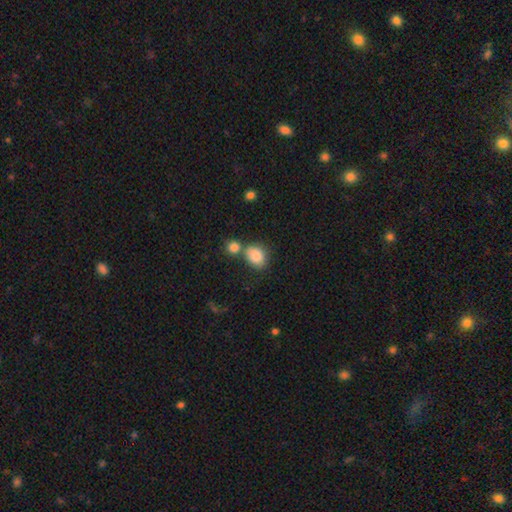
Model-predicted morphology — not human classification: Smooth or featured? Predicted: smooth (p=0.85). How rounded? Predicted: in between (p=0.53). Merging? Predicted: none (p=0.52).